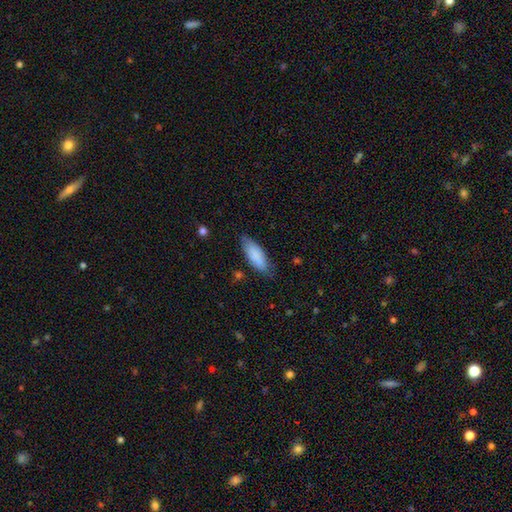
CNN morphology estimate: Q: Smooth or featured?
A: smooth (85%); runner-up: featured or disk (10%)
Q: How rounded?
A: in between (72%); runner-up: cigar-shaped (27%)
Q: Merging?
A: none (74%); runner-up: minor disturbance (20%)